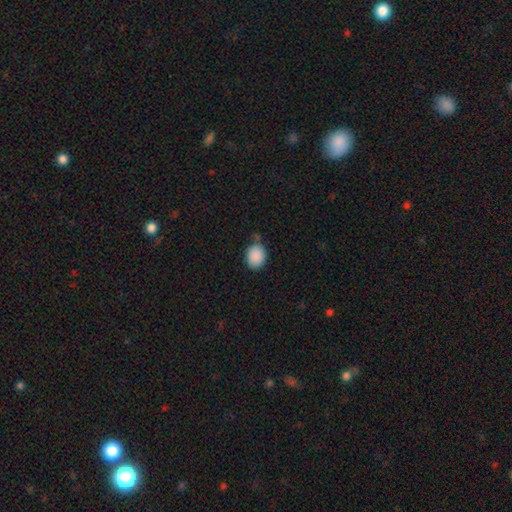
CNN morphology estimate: Smooth or featured?
  - smooth: 89% *
  - star or artifact: 8%
  - featured or disk: 3%
How rounded?
  - in between: 53% *
  - round: 46%
  - cigar-shaped: 1%
Merging?
  - none: 75% *
  - minor disturbance: 18%
  - merger: 4%
  - major disturbance: 4%